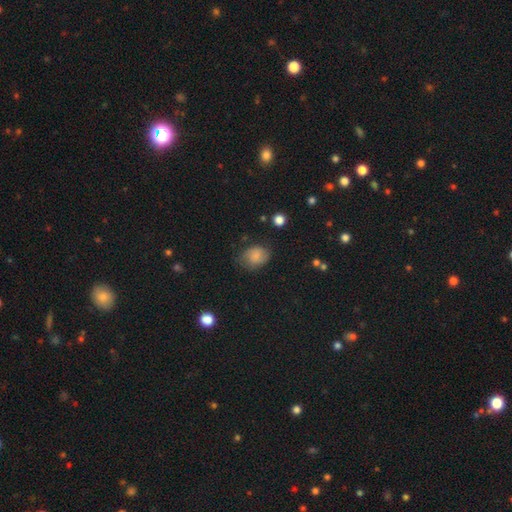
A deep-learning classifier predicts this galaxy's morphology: The model was most divided on "how rounded": in between: 59%, round: 40%, cigar-shaped: 1%. More confident: smooth or featured — smooth (76%); merging — none (66%).